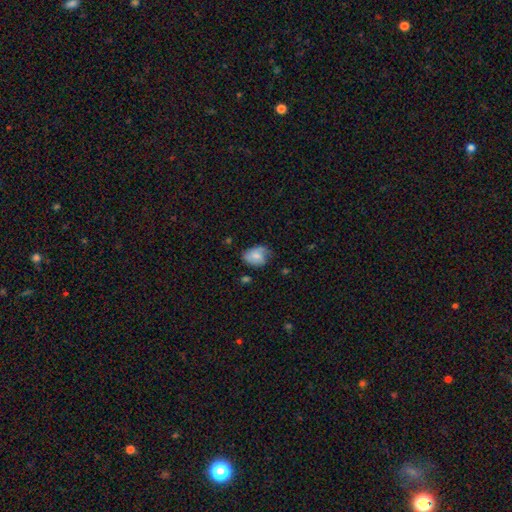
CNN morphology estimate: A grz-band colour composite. It shows a smooth galaxy with no disk features (66%) that is in between round and cigar-shaped (71%). Merging: none (48%).